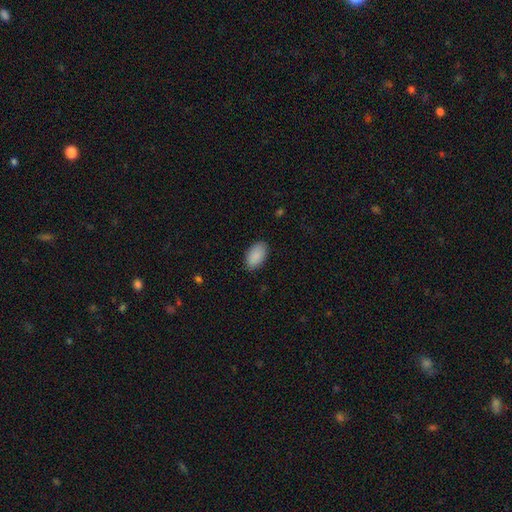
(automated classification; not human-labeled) A smooth galaxy with no disk features (91%) that is in between round and cigar-shaped (95%).

Vote fractions:
- Smooth or featured? smooth: 91% / star or artifact: 6% / featured or disk: 3%
- How rounded? in between: 95% / round: 4% / cigar-shaped: 1%
- Merging? none: 87% / minor disturbance: 10% / major disturbance: 2% / merger: 1%